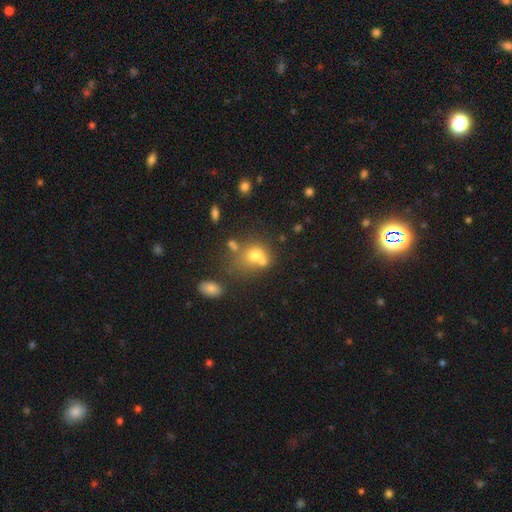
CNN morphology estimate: Smooth or featured: smooth — 63% (featured or disk — 20%)
How rounded: round — 51% (in between — 47%)
Merging: merger — 44% (none — 30%)